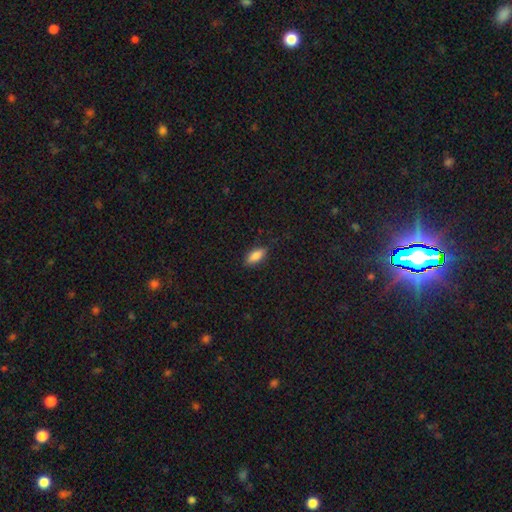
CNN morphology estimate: smooth_or_featured: smooth (p=0.85) [alt: star or artifact p=0.08]
how_rounded: in between (p=0.83) [alt: cigar-shaped p=0.14]
merging: none (p=0.82) [alt: minor disturbance p=0.14]